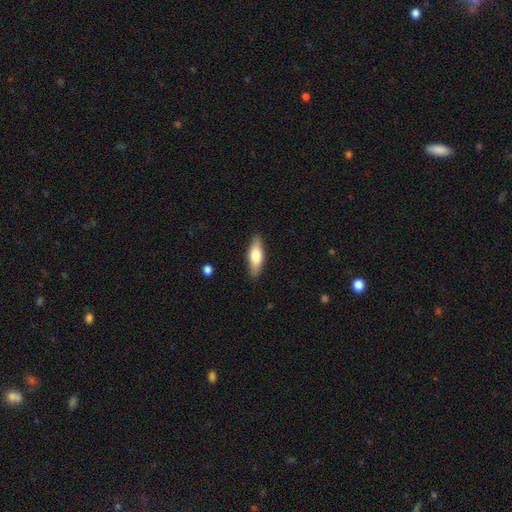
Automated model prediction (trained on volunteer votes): Q: Smooth or featured?
A: smooth (65%); runner-up: featured or disk (29%)
Q: How rounded?
A: in between (56%); runner-up: cigar-shaped (42%)
Q: Merging?
A: none (87%); runner-up: minor disturbance (10%)